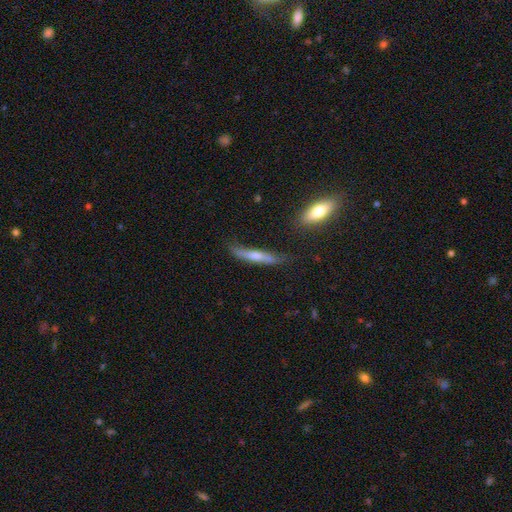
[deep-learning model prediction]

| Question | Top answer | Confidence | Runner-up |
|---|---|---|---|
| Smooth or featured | featured or disk | 50% | smooth (43%) |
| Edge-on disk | yes | 88% | no (12%) |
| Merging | none | 70% | minor disturbance (22%) |